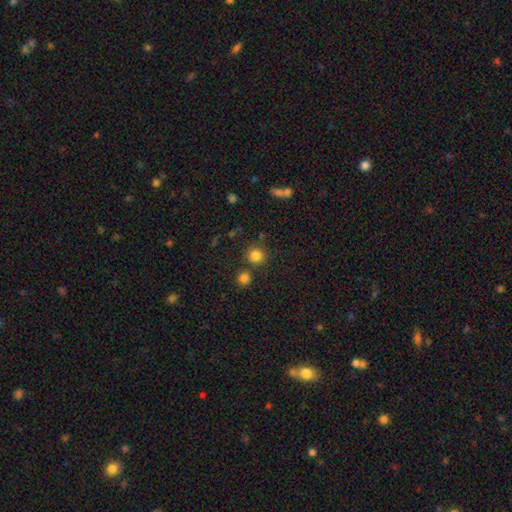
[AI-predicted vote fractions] This is clearly a smooth galaxy (82%). How rounded: clearly round (91%). Merging: likely none (79%).